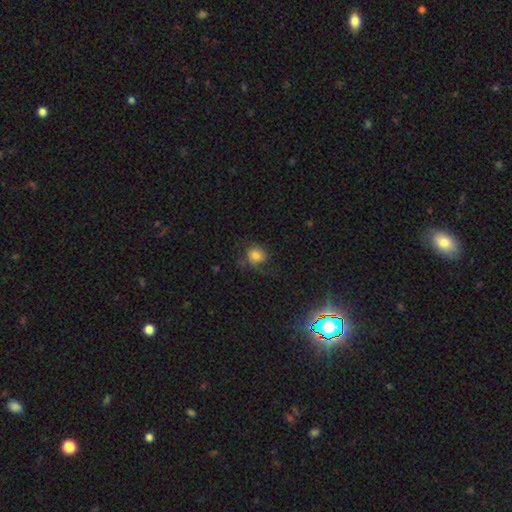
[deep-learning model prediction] Smooth or featured? smooth (56%)
How rounded? round (70%)
Merging? none (52%)